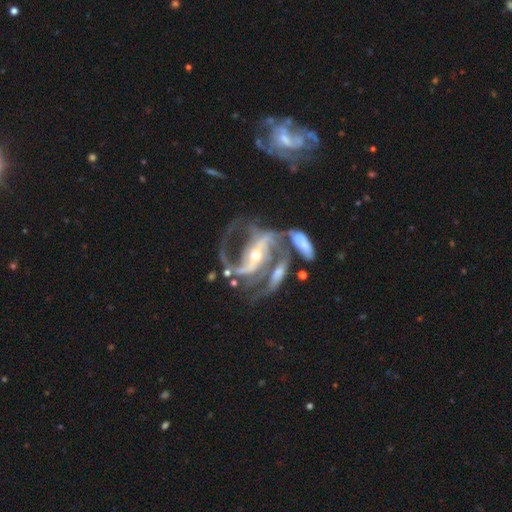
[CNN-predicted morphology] type=featured or disk (91%); edge-on=no (96%); bar=strong (58%); spiral arms=yes (97%); winding=medium (53%); arm count=2 (65%); bulge=small (52%); merging=none (38%).